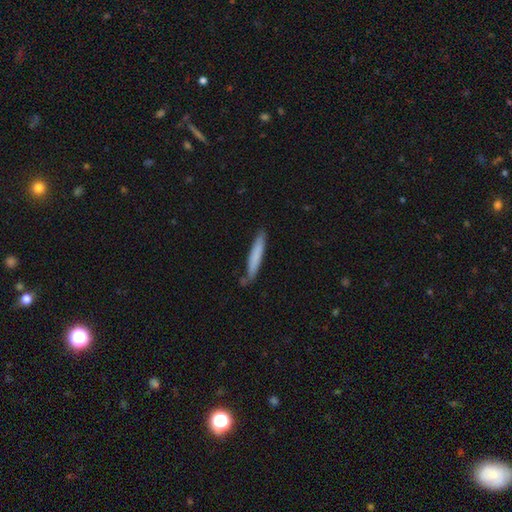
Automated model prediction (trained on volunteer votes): Morphology: type=smooth (74%); roundness=cigar-shaped (94%); merging=none (77%).